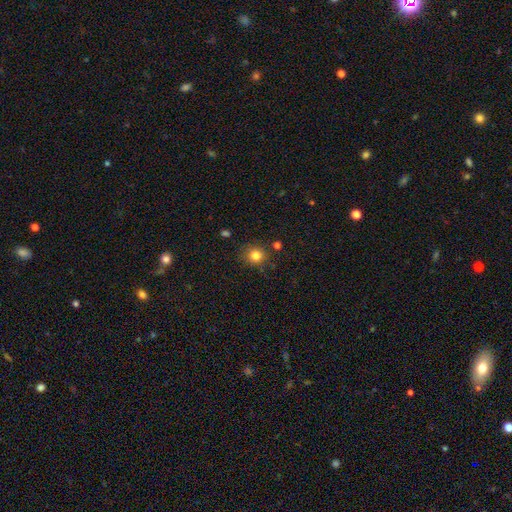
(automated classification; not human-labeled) A smooth galaxy with no disk features (82%) that is round (87%).

Vote fractions:
- Smooth or featured? smooth: 82% / star or artifact: 13% / featured or disk: 6%
- How rounded? round: 87% / in between: 12% / cigar-shaped: 1%
- Merging? none: 83% / minor disturbance: 11% / merger: 3% / major disturbance: 3%